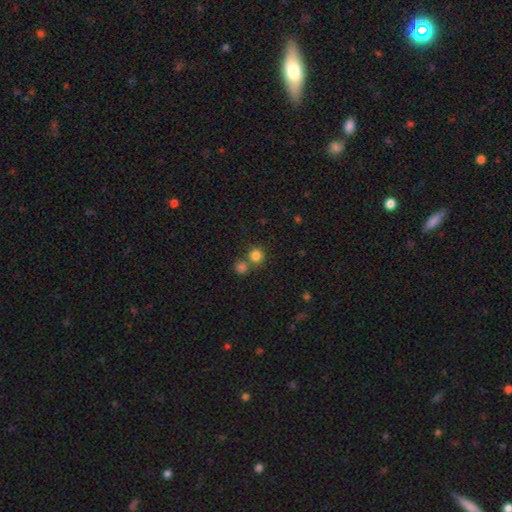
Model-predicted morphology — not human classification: A smooth galaxy with no disk features (82%) that is round (92%). Merging: none (65%).